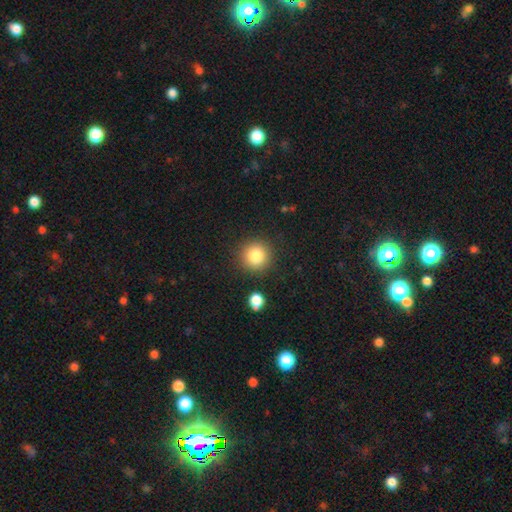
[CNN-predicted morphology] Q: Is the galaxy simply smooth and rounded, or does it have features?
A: smooth — 83%.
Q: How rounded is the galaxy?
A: round — 94%.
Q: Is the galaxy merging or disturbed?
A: none — 88%.